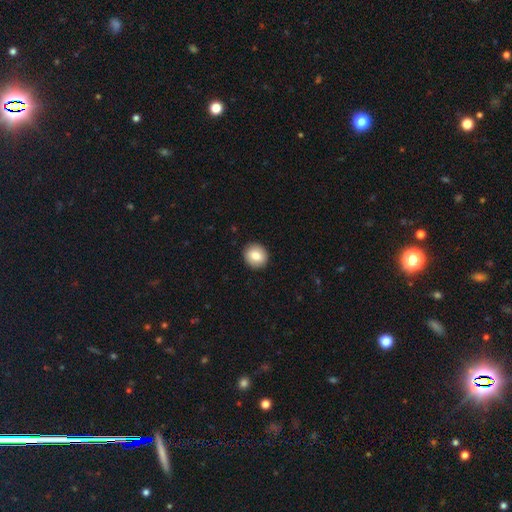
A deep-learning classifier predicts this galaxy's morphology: Q: Smooth or featured?
A: smooth (83%); runner-up: featured or disk (10%)
Q: How rounded?
A: round (84%); runner-up: in between (15%)
Q: Merging?
A: none (91%); runner-up: minor disturbance (6%)